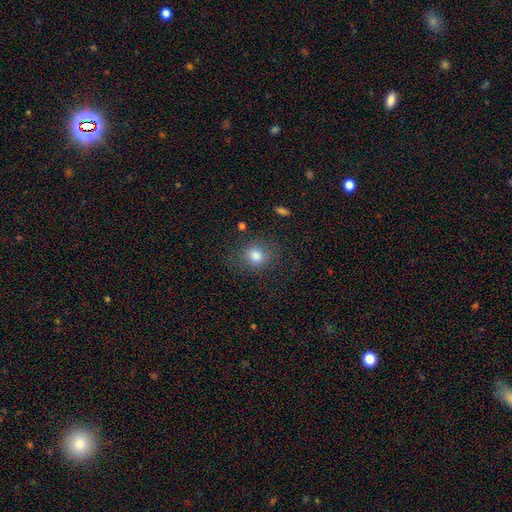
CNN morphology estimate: This appears to be a smooth galaxy with no disk features (83%) that is round (72%). Merging: none (78%).